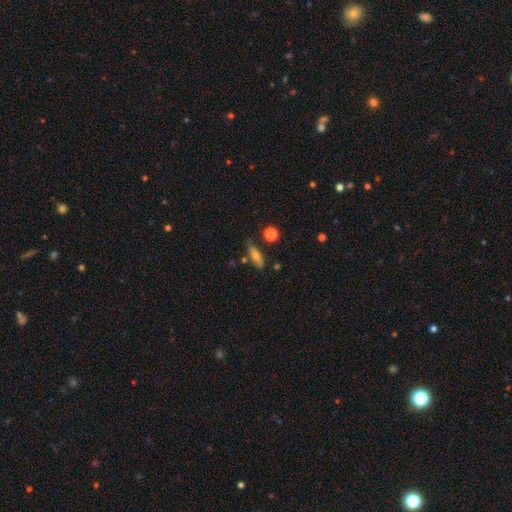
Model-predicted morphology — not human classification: smooth-or-featured: smooth: 61% | featured or disk: 31% | star or artifact: 8%
  how-rounded: cigar-shaped: 49% | in between: 46% | round: 5%
  merging: none: 68% | minor disturbance: 20% | merger: 7% | major disturbance: 5%